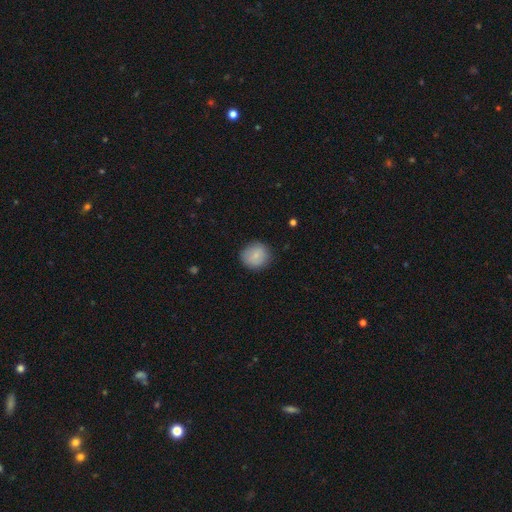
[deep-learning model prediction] A smooth galaxy with no disk features (81%) that is round (88%).

Vote fractions:
- Smooth or featured? smooth: 81% / featured or disk: 11% / star or artifact: 7%
- How rounded? round: 88% / in between: 11% / cigar-shaped: 1%
- Merging? none: 86% / minor disturbance: 10% / major disturbance: 3% / merger: 1%